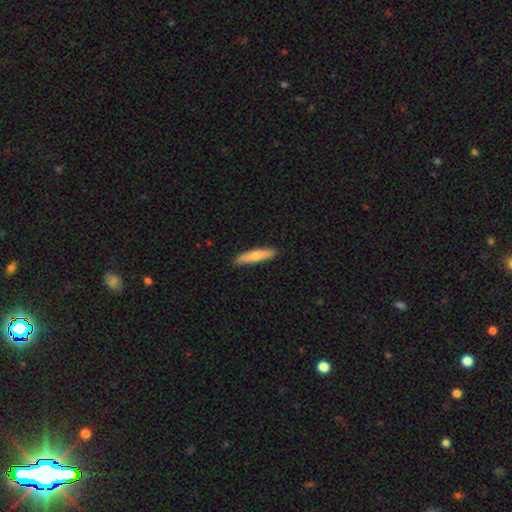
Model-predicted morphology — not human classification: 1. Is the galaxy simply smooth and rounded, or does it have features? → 71% smooth, 24% featured or disk, 5% star or artifact.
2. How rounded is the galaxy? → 87% cigar-shaped, 12% in between, 2% round.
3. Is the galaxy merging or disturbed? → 89% none, 8% minor disturbance, 1% major disturbance, 1% merger.